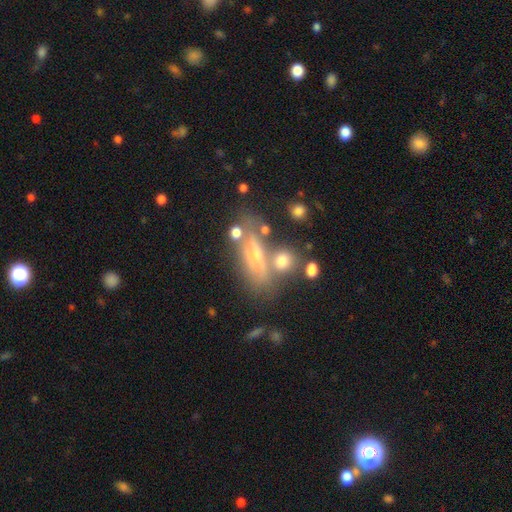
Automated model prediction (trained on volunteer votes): This appears to be a featured or disk galaxy (45%). Merging: none (52%).